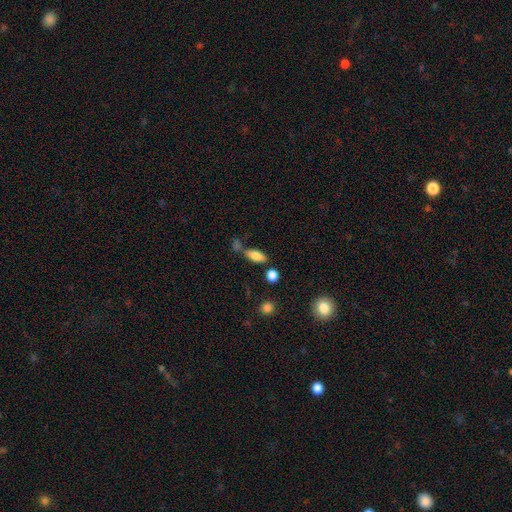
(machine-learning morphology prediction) Smooth or featured: smooth — 79% (featured or disk — 12%)
How rounded: in between — 78% (cigar-shaped — 18%)
Merging: none — 58% (merger — 19%)